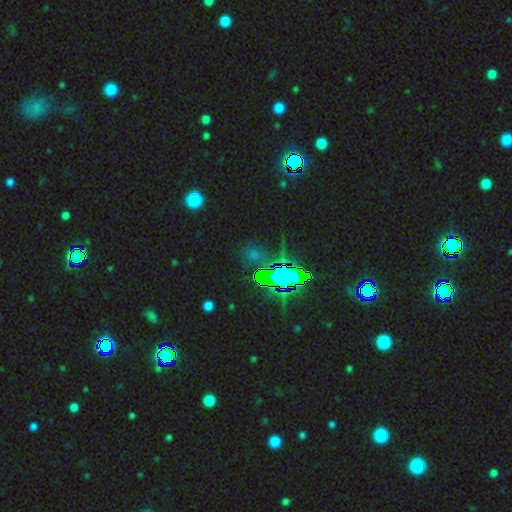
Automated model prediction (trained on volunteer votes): star or artifact 75%, smooth 16%, featured or disk 9%.